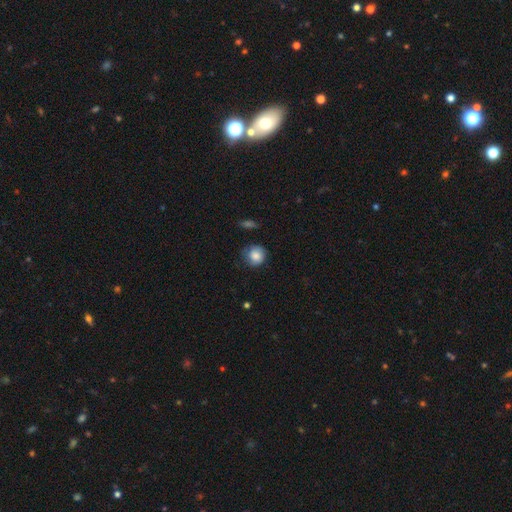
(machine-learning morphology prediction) type=smooth (80%); roundness=round (87%); merging=none (66%).